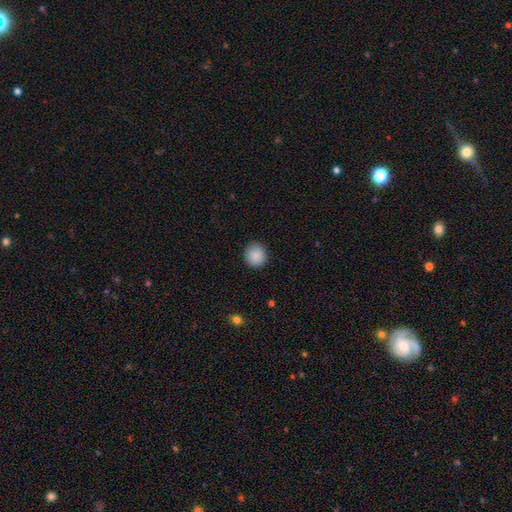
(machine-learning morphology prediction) Smooth or featured? Predicted: smooth (p=0.89). How rounded? Predicted: round (p=0.90). Merging? Predicted: none (p=0.89).